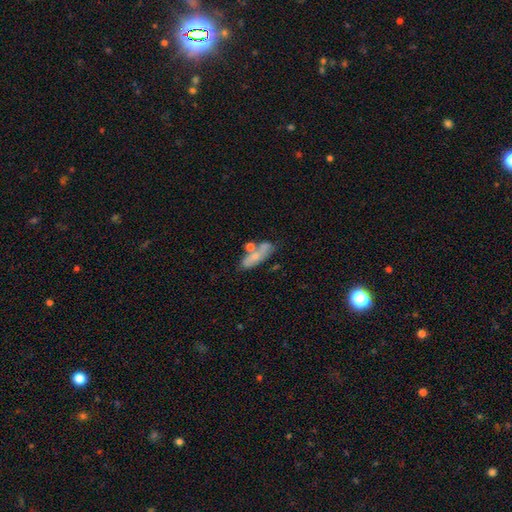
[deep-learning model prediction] Smooth or featured? smooth (58%)
How rounded? in between (53%)
Merging? none (52%)